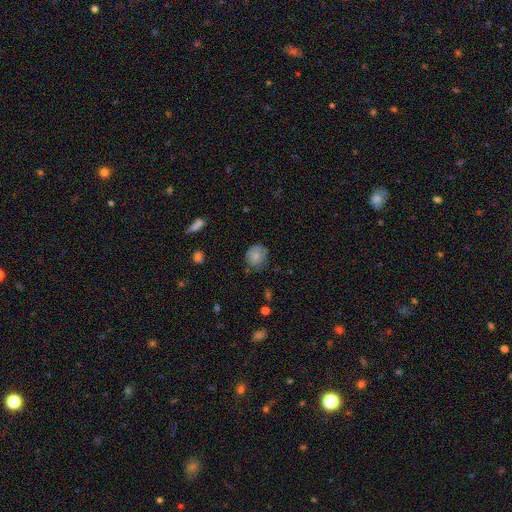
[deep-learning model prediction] The model was most divided on "merging": none: 66%, minor disturbance: 25%, major disturbance: 7%, merger: 2%. More confident: smooth or featured — smooth (75%); how rounded — round (72%).